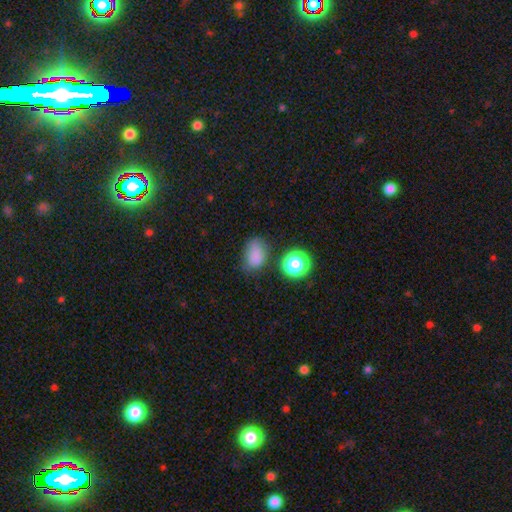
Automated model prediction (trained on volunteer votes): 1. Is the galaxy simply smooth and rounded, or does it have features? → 80% smooth, 14% star or artifact, 6% featured or disk.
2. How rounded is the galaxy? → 75% in between, 23% round, 1% cigar-shaped.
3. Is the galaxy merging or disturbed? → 64% none, 24% minor disturbance, 7% major disturbance, 5% merger.